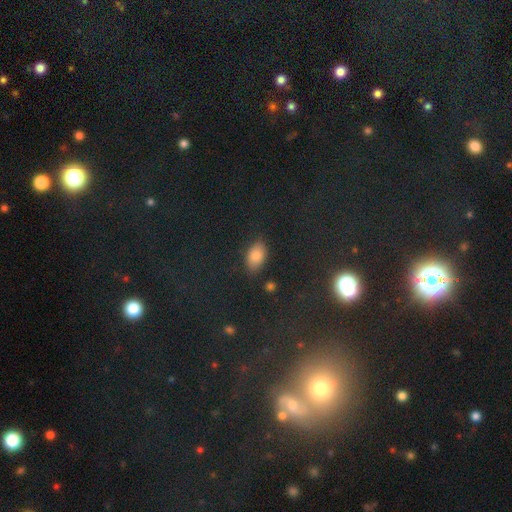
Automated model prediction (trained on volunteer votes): Morphology: type=smooth (77%); roundness=in between (90%); merging=none (83%).